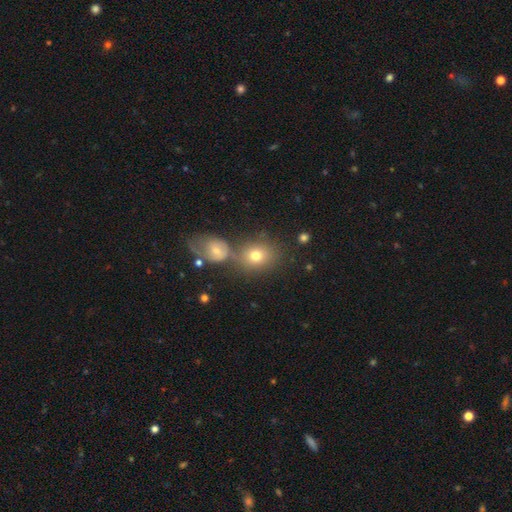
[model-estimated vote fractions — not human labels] Smooth or featured: smooth — 74% (featured or disk — 14%)
How rounded: round — 65% (in between — 34%)
Merging: none — 52% (merger — 29%)